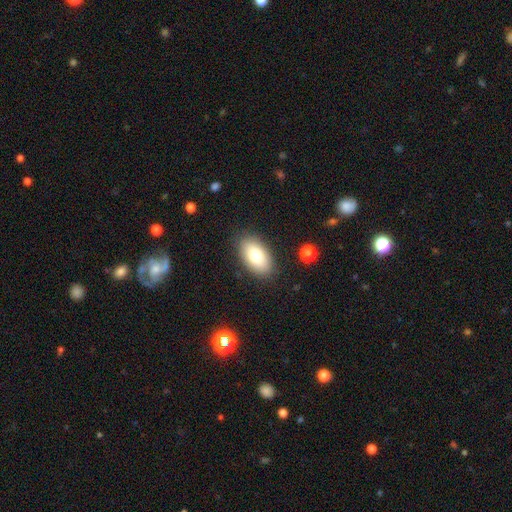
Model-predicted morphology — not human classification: A smooth galaxy with no disk features (78%) that is in between round and cigar-shaped (93%).

Vote fractions:
- Smooth or featured? smooth: 78% / featured or disk: 14% / star or artifact: 8%
- How rounded? in between: 93% / round: 5% / cigar-shaped: 2%
- Merging? none: 86% / minor disturbance: 10% / major disturbance: 3% / merger: 1%